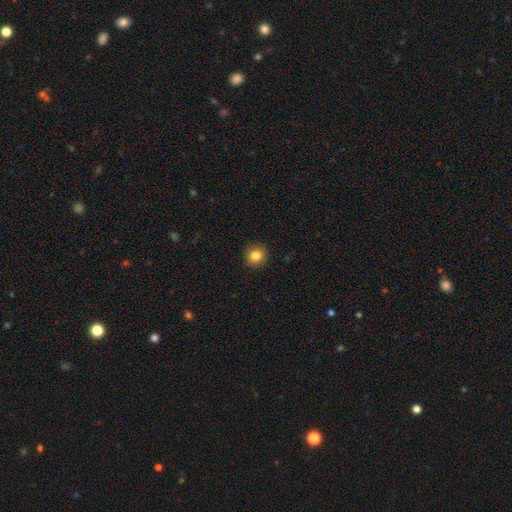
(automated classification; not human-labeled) Morphology: type=smooth (84%); roundness=round (92%); merging=none (92%).